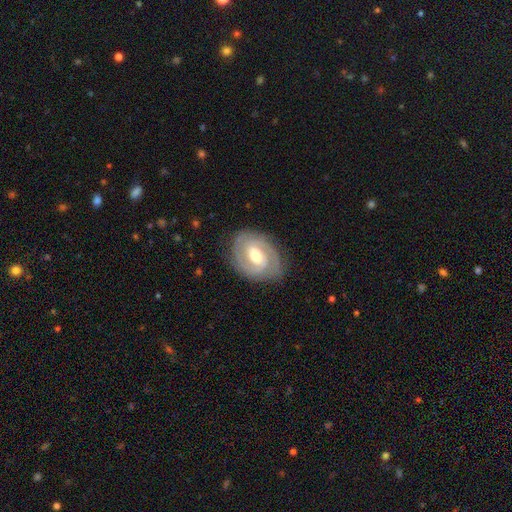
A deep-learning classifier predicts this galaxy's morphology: This appears to be a featured or disk galaxy (82%) with a weak bar (51%), 2 (75%) tight (64%) spiral arms (91%) and a moderate central bulge (69%). Merging: none (81%).